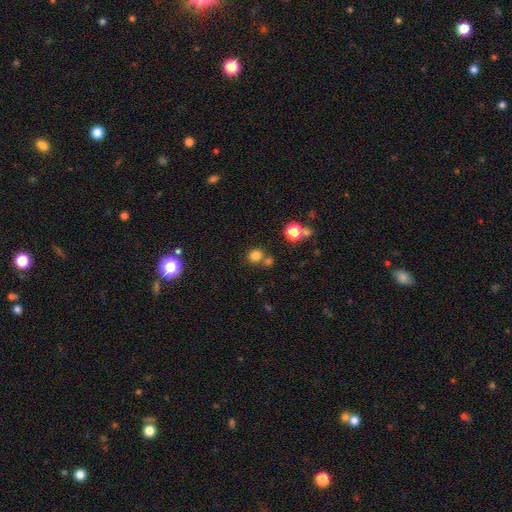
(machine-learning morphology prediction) type=smooth (78%); roundness=round (86%); merging=none (65%).